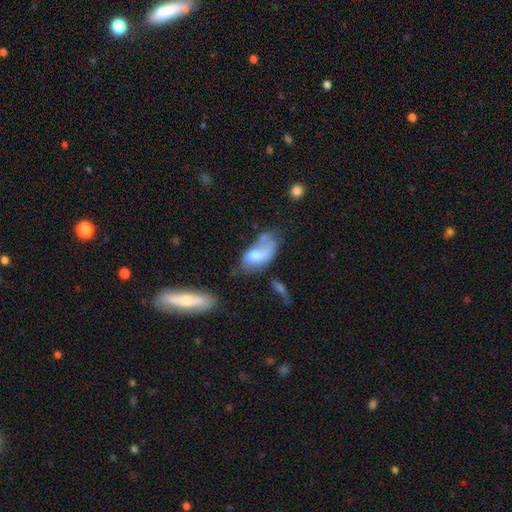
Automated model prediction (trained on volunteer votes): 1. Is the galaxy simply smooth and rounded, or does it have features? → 50% smooth, 42% featured or disk, 8% star or artifact.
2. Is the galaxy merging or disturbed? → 31% major disturbance, 24% minor disturbance, 24% none, 21% merger.